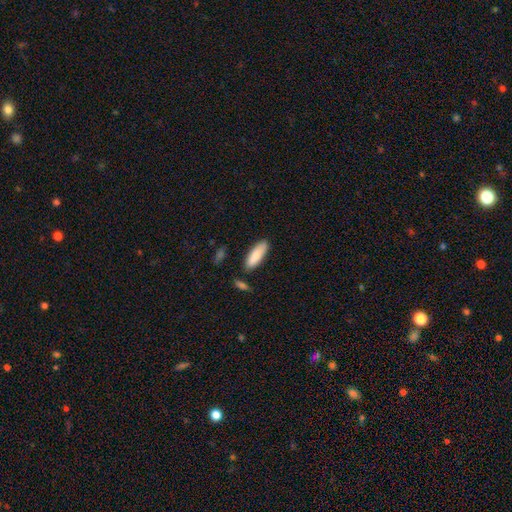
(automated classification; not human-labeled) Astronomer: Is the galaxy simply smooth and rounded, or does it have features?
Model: smooth — 84%.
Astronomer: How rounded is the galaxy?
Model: in between — 62%.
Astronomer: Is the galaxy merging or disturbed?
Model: none — 82%.